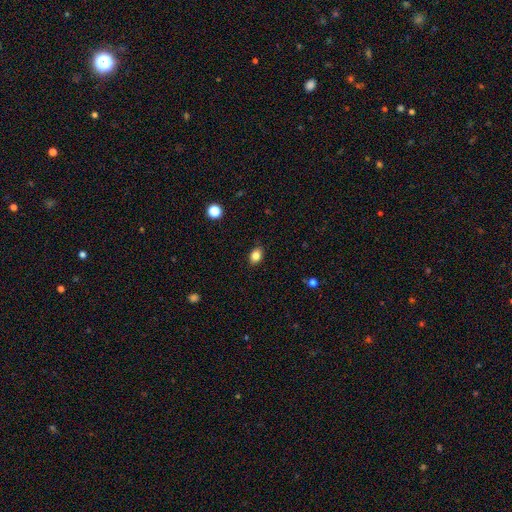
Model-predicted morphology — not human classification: Smooth or featured: smooth — 84% (star or artifact — 10%)
How rounded: in between — 75% (round — 24%)
Merging: none — 87% (minor disturbance — 10%)